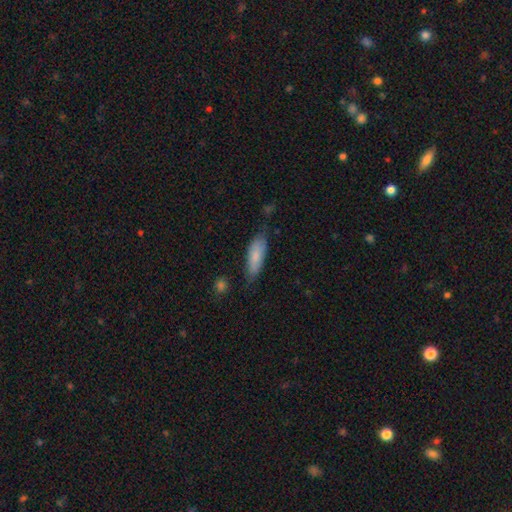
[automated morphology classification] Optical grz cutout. It shows a smooth galaxy with no disk features (79%) that is in between round and cigar-shaped (63%). Merging: none (64%).